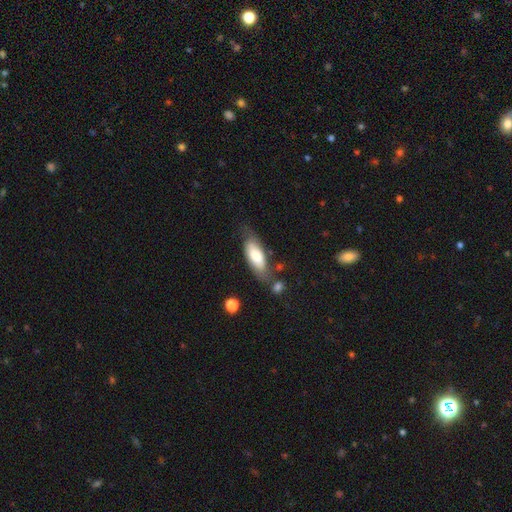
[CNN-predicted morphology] The model was most divided on "merging": none: 58%, minor disturbance: 24%, major disturbance: 10%, merger: 8%. More confident: how rounded — in between (77%); smooth or featured — smooth (67%).